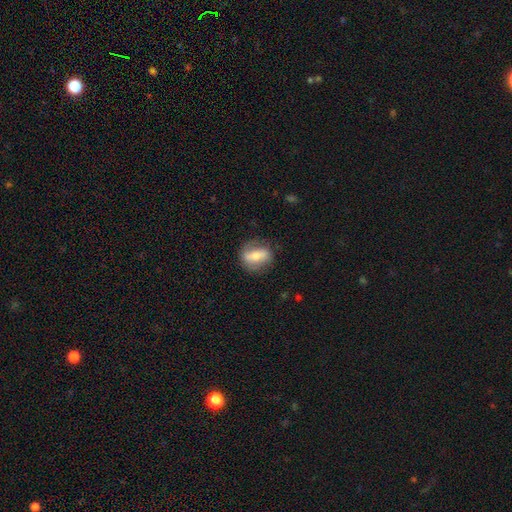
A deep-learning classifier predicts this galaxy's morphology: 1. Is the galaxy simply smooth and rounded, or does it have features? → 49% smooth, 44% featured or disk, 7% star or artifact.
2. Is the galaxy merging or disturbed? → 76% none, 16% minor disturbance, 6% major disturbance, 1% merger.